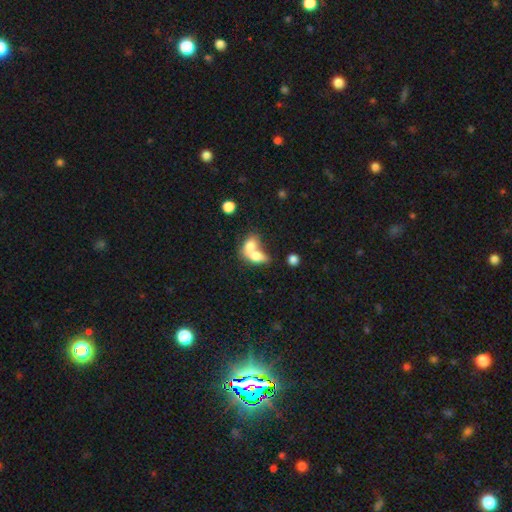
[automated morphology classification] Smooth or featured? Predicted: smooth (p=0.72). How rounded? Predicted: in between (p=0.77). Merging? Predicted: merger (p=0.74).